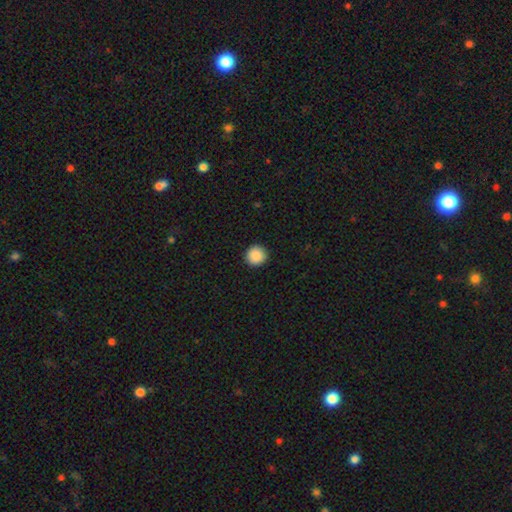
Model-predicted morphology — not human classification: smooth 89%, star or artifact 8%, featured or disk 2%. Down the decision tree: how rounded — round (95%); merging — none (93%).